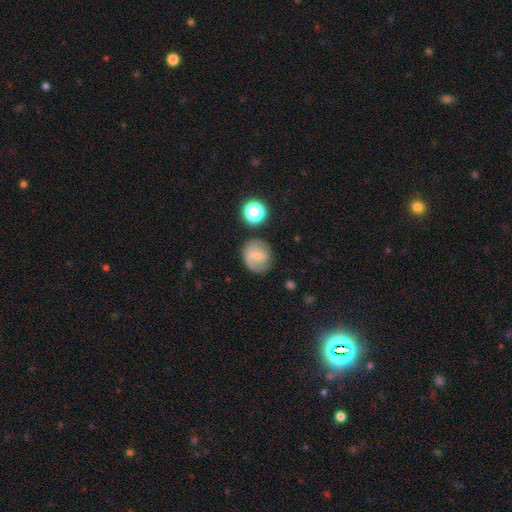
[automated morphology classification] Smooth or featured: featured or disk — 59% (smooth — 32%)
Edge-on disk: no — 97% (yes — 3%)
Bar: no — 55% (weak — 37%)
Spiral arms: yes — 87% (no — 13%)
Bulge size: small — 64% (moderate — 30%)
Merging: none — 70% (minor disturbance — 19%)